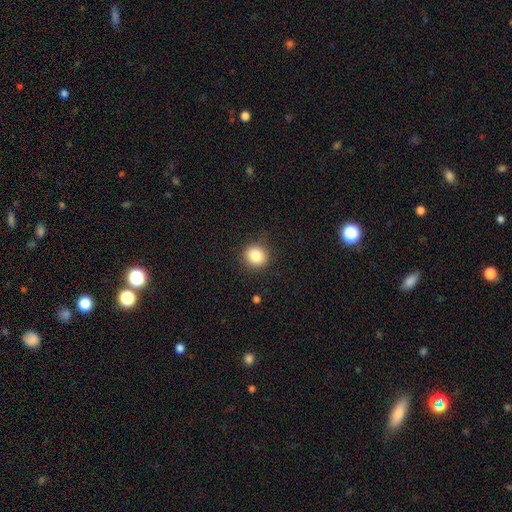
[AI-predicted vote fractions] Overall: smooth (85%). How rounded: round (85%). Merging: none (88%).